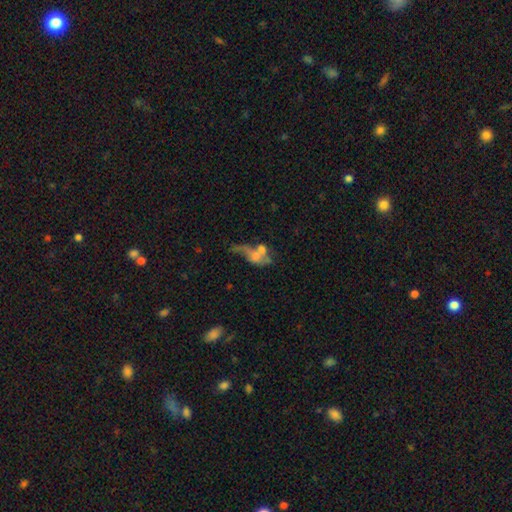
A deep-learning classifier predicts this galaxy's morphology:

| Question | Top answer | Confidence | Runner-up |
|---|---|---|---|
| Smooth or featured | featured or disk | 50% | smooth (39%) |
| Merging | merger | 45% | major disturbance (26%) |